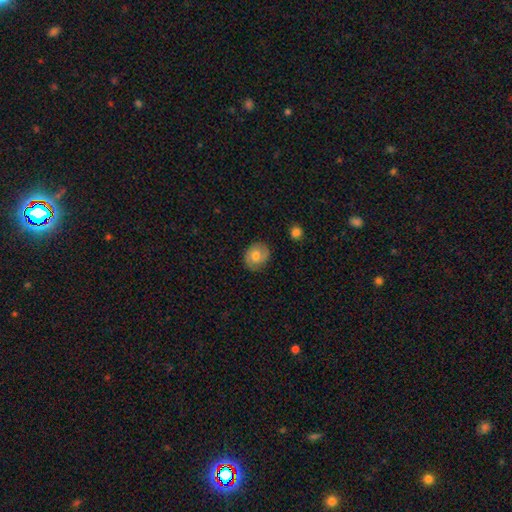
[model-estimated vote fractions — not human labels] Smooth or featured? Predicted: smooth (p=0.69). How rounded? Predicted: round (p=0.66). Merging? Predicted: none (p=0.82).